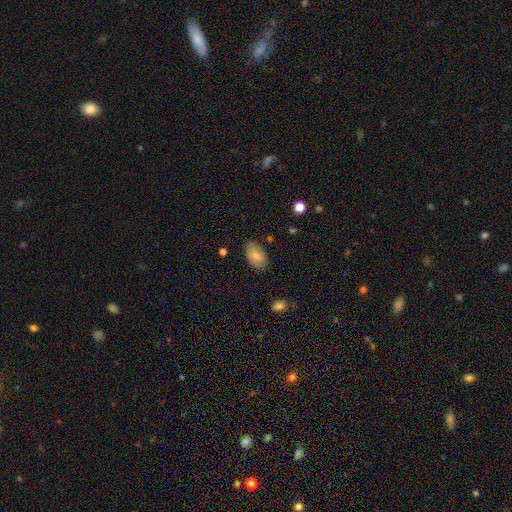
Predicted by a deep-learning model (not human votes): A smooth galaxy with no disk features (81%) that is in between round and cigar-shaped (91%).

Vote fractions:
- Smooth or featured? smooth: 81% / featured or disk: 11% / star or artifact: 7%
- How rounded? in between: 91% / round: 8% / cigar-shaped: 1%
- Merging? none: 77% / minor disturbance: 18% / major disturbance: 4% / merger: 2%